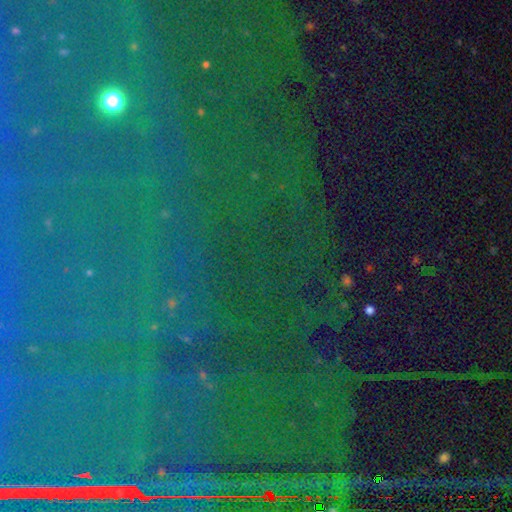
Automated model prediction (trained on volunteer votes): smooth-or-featured: star or artifact: 84% | featured or disk: 8% | smooth: 8%